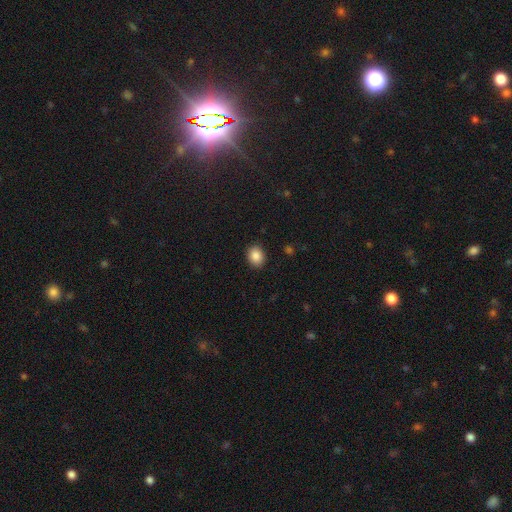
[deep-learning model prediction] Smooth or featured: smooth — 87% (star or artifact — 9%)
How rounded: round — 50% (tied with in between — 50%)
Merging: none — 89% (minor disturbance — 8%)